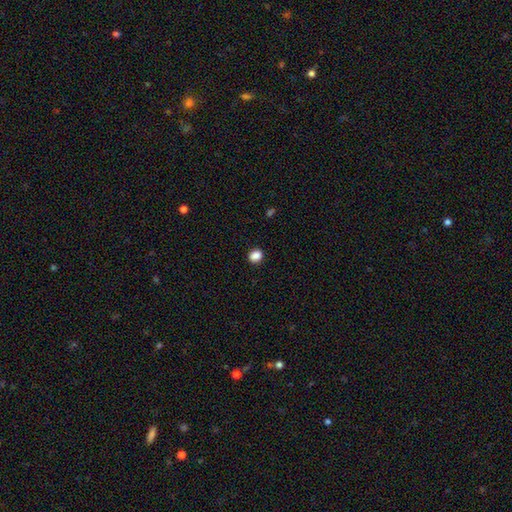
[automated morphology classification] The model was most divided on "how rounded": round: 61%, in between: 38%, cigar-shaped: 1%. More confident: merging — none (90%); smooth or featured — smooth (87%).